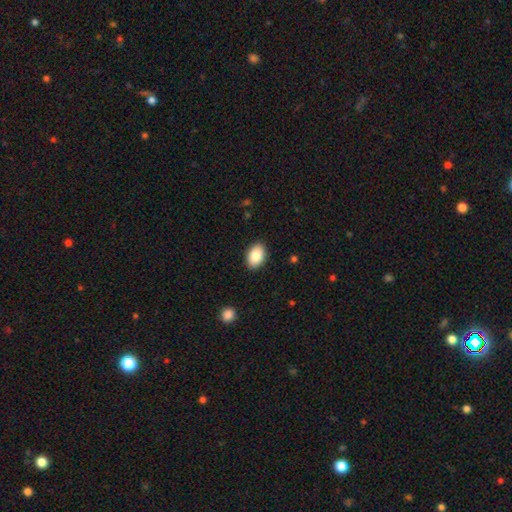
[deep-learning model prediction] Morphology: type=smooth (87%); roundness=in between (89%); merging=none (89%).